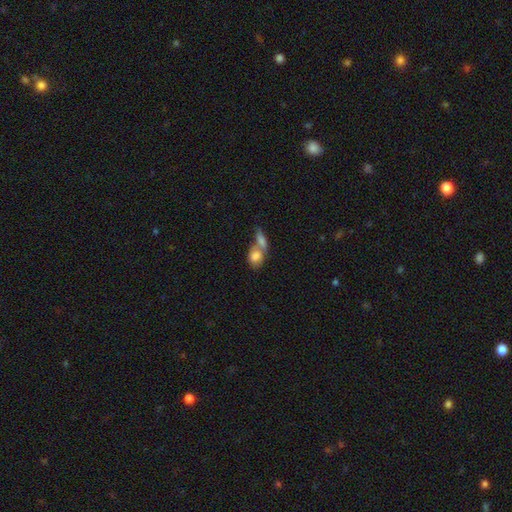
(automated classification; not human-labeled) smooth 79%, featured or disk 14%, star or artifact 8%. Down the decision tree: how rounded — in between (69%); merging — merger (64%).